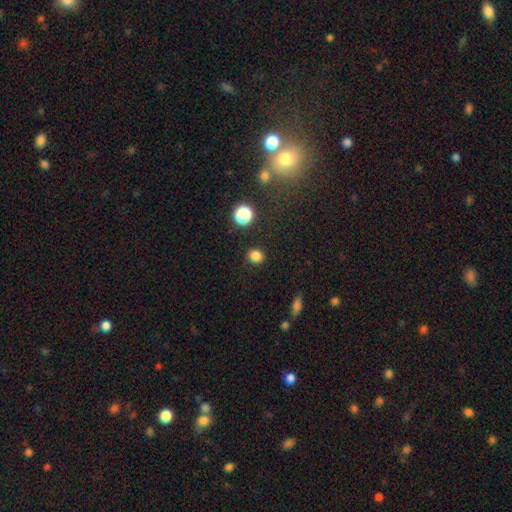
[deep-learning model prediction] Smooth or featured? smooth (83%)
How rounded? round (72%)
Merging? none (87%)